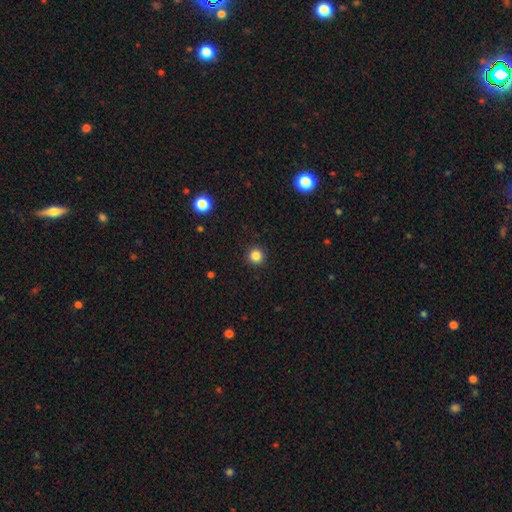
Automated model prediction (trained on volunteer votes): A smooth galaxy with no disk features (84%) that is round (95%).

Vote fractions:
- Smooth or featured? smooth: 84% / star or artifact: 12% / featured or disk: 4%
- How rounded? round: 95% / in between: 4% / cigar-shaped: 1%
- Merging? none: 92% / minor disturbance: 5% / major disturbance: 2% / merger: 1%